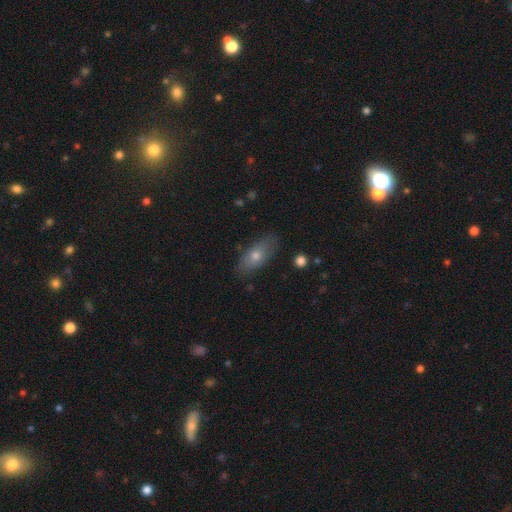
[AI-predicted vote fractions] smooth-or-featured: smooth: 64% | featured or disk: 28% | star or artifact: 8%
  how-rounded: in between: 78% | cigar-shaped: 17% | round: 4%
  merging: none: 82% | minor disturbance: 14% | major disturbance: 3% | merger: 2%